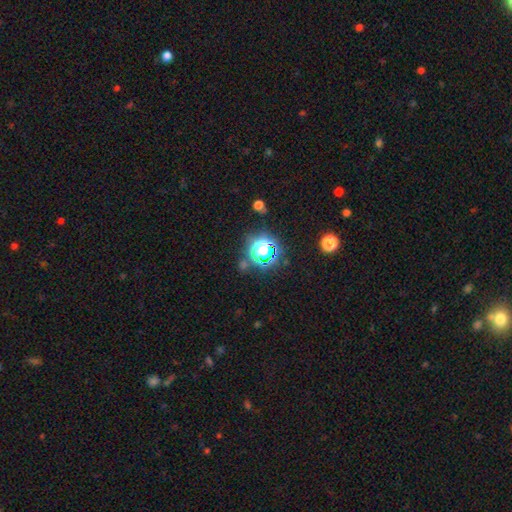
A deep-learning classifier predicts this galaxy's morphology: Smooth or featured?
  - star or artifact: 75% *
  - smooth: 18%
  - featured or disk: 7%